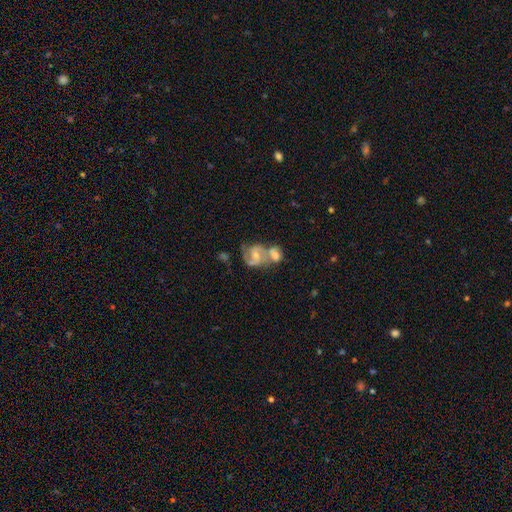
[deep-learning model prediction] smooth-or-featured: featured or disk: 77% | smooth: 16% | star or artifact: 7%
  disk-edge-on: no: 98% | yes: 2%
    bar: weak: 45% | no: 41% | strong: 14%
    has-spiral-arms: yes: 93% | no: 7%
      spiral-winding: medium: 56% | tight: 22% | loose: 22%
      spiral-arm-count: 2: 84% | can't tell: 7% | 1: 4% | 3: 4% | 4: 1% | more than 4: 1%
    bulge-size: small: 44% (tied) | moderate: 44% (tied) | none: 7% | large: 3% | dominant: 1%
  merging: merger: 59% | none: 23% | minor disturbance: 10% | major disturbance: 7%